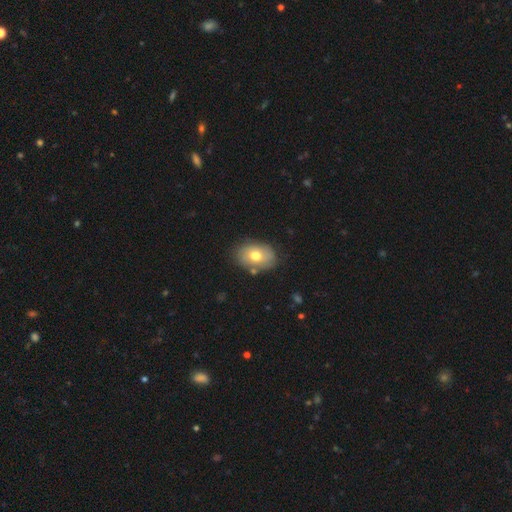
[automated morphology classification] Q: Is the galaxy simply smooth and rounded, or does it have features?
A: smooth — 70%.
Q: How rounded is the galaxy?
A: in between — 81%.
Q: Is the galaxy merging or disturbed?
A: none — 79%.